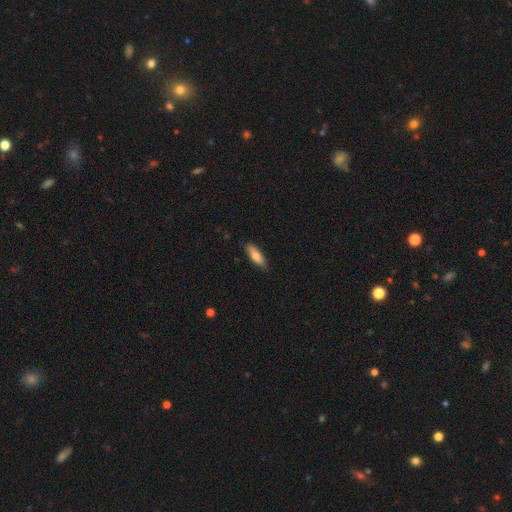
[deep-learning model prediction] Smooth or featured: smooth — 76% (featured or disk — 17%)
How rounded: in between — 50% (cigar-shaped — 48%)
Merging: none — 83% (minor disturbance — 14%)